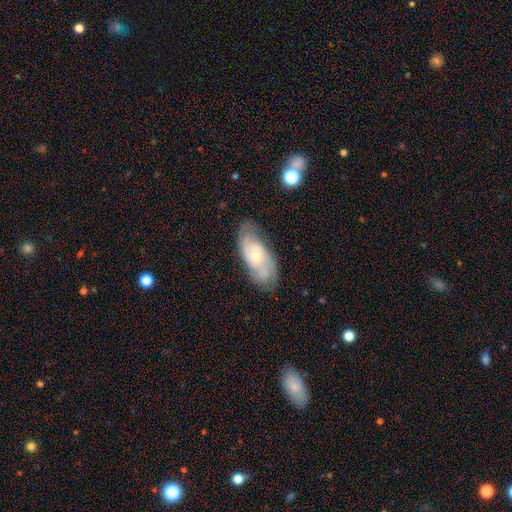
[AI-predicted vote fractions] Smooth or featured? Predicted: featured or disk (p=0.76). Edge-on disk? Predicted: no (p=0.93). Bar? Predicted: no (p=0.62). Spiral arms? Predicted: yes (p=0.93). Spiral winding? Predicted: tight (p=0.49). Spiral arm count? Predicted: 2 (p=0.51). Bulge size? Predicted: small (p=0.62). Merging? Predicted: none (p=0.73).